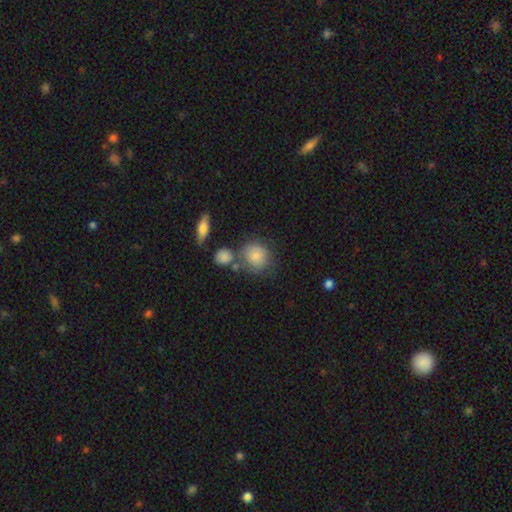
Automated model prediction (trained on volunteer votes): smooth_or_featured: smooth (p=0.80) [alt: featured or disk p=0.12]
how_rounded: round (p=0.81) [alt: in between p=0.18]
merging: none (p=0.55) [alt: merger p=0.20]